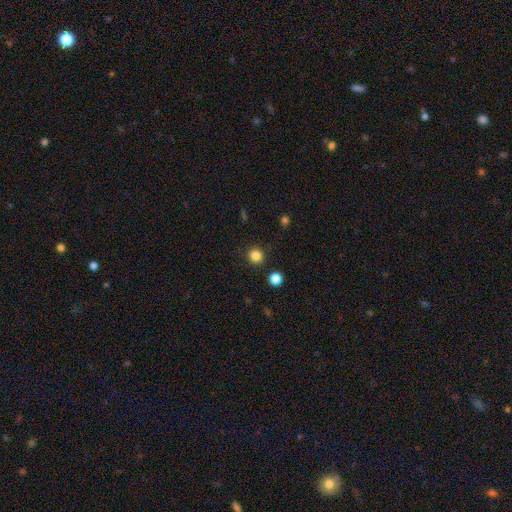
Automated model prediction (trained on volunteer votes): The model was most divided on "smooth or featured": smooth: 84%, star or artifact: 12%, featured or disk: 4%. More confident: how rounded — round (94%); merging — none (90%).